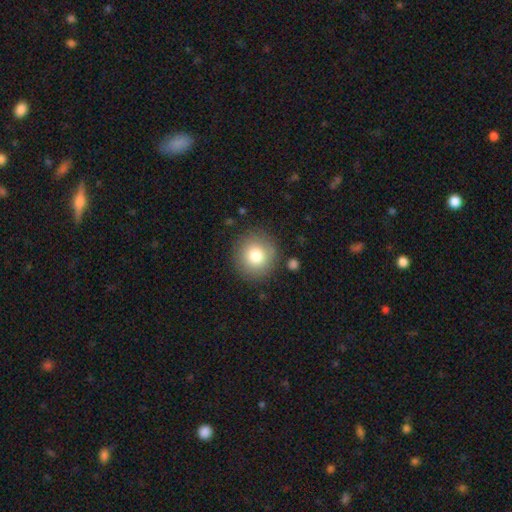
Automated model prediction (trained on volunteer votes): This is likely a smooth galaxy (80%). How rounded: clearly round (93%). Merging: clearly none (87%).